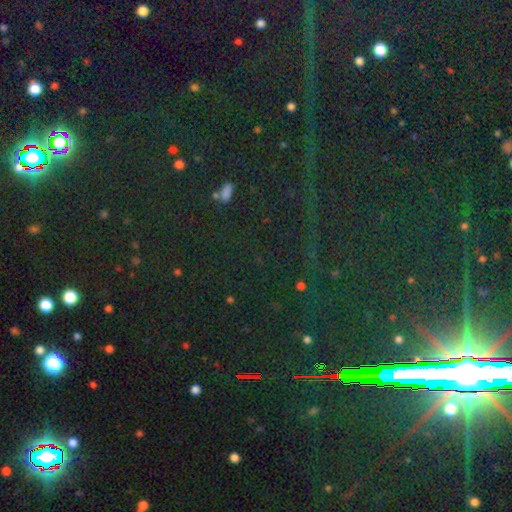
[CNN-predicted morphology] Smooth or featured? Predicted: star or artifact (p=0.83).